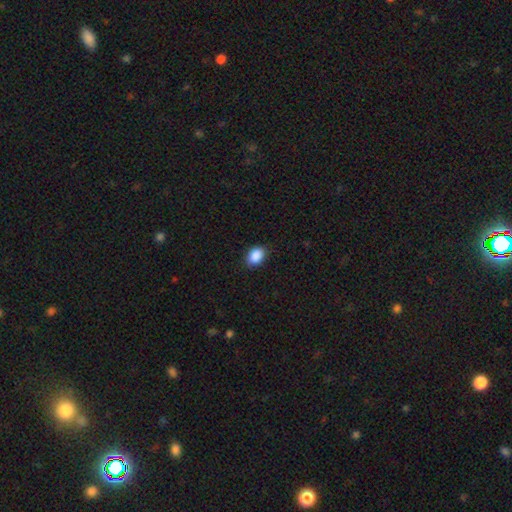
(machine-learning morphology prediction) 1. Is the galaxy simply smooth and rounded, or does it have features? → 90% smooth, 7% star or artifact, 3% featured or disk.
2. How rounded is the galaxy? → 77% in between, 22% round, 1% cigar-shaped.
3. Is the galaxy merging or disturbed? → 86% none, 11% minor disturbance, 2% major disturbance, 1% merger.